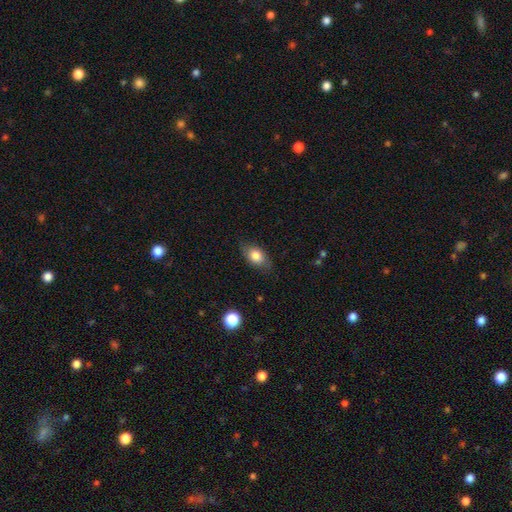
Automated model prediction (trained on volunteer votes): smooth-or-featured: smooth: 75% | featured or disk: 18% | star or artifact: 8%
  how-rounded: in between: 83% | round: 13% | cigar-shaped: 4%
  merging: none: 76% | minor disturbance: 18% | major disturbance: 4% | merger: 1%